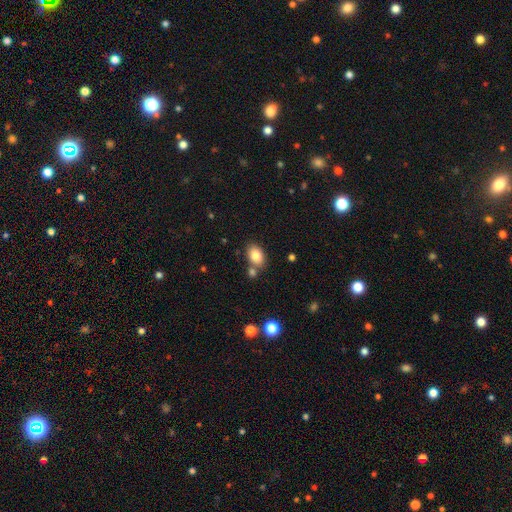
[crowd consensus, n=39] Smooth or featured? 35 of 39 (90%) said smooth. How rounded? 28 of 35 (80%) said in between. Merging? 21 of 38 (55%) said none.